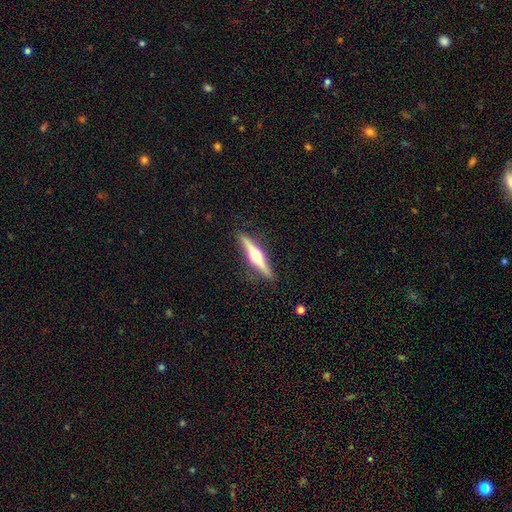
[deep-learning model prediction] The model was most divided on "smooth or featured": featured or disk: 75%, smooth: 20%, star or artifact: 5%. More confident: edge-on disk — yes (98%); edge-on bulge — rounded (95%); merging — none (89%).